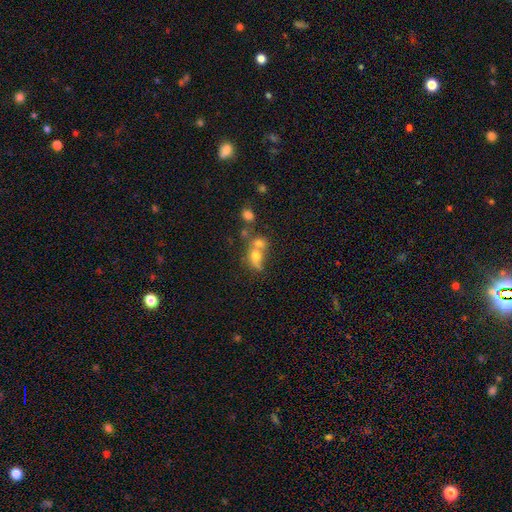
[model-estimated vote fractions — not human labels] Smooth or featured?
  - smooth: 65% *
  - featured or disk: 22%
  - star or artifact: 13%
How rounded?
  - round: 52% *
  - in between: 45%
  - cigar-shaped: 3%
Merging?
  - merger: 60% *
  - none: 22%
  - minor disturbance: 9%
  - major disturbance: 8%